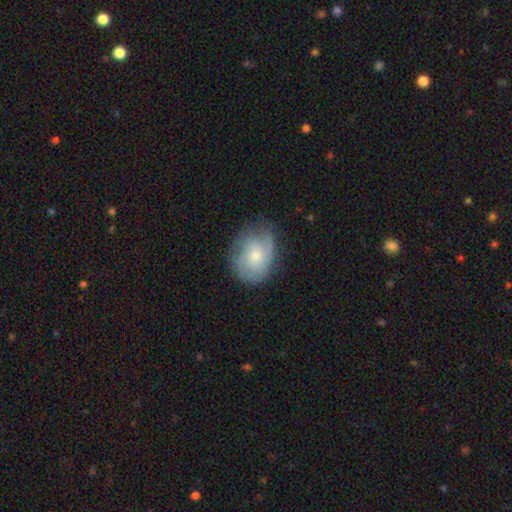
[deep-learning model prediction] A featured or disk galaxy (58%) with no bar (75%), spiral arms (86%) and a moderate central bulge (48%). Merging: none (68%).